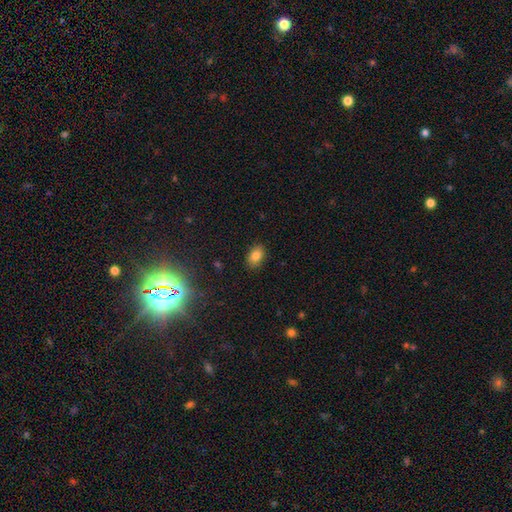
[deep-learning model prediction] Smooth or featured? smooth (81%)
How rounded? in between (82%)
Merging? none (87%)